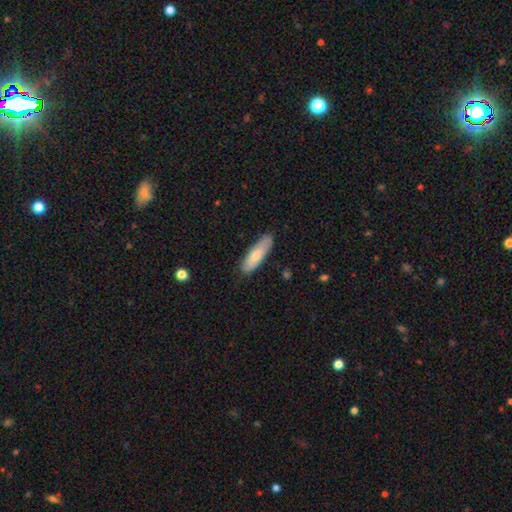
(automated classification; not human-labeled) The model was most divided on "how rounded": cigar-shaped: 51%, in between: 48%, round: 2%. More confident: merging — none (83%); smooth or featured — smooth (74%).